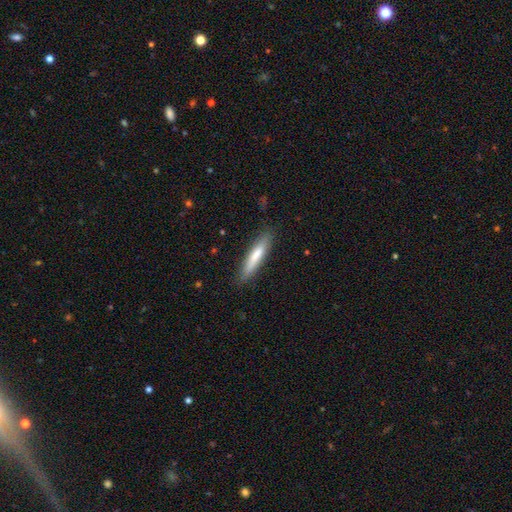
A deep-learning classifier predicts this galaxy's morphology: smooth-or-featured: smooth: 71% | featured or disk: 23% | star or artifact: 6%
  how-rounded: cigar-shaped: 88% | in between: 11% | round: 1%
  merging: none: 85% | minor disturbance: 11% | major disturbance: 2% | merger: 1%